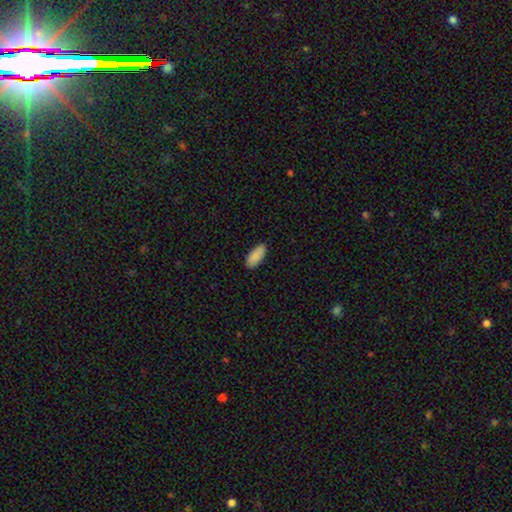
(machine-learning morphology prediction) Smooth or featured? Predicted: smooth (p=0.90). How rounded? Predicted: in between (p=0.85). Merging? Predicted: none (p=0.87).